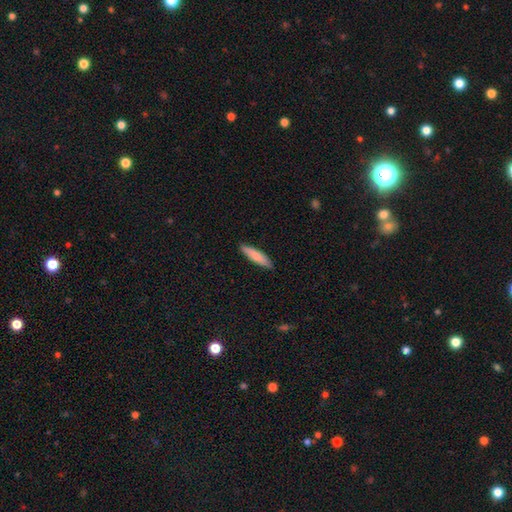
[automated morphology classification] smooth 80%, featured or disk 15%, star or artifact 5%. Down the decision tree: how rounded — cigar-shaped (75%); merging — none (87%).